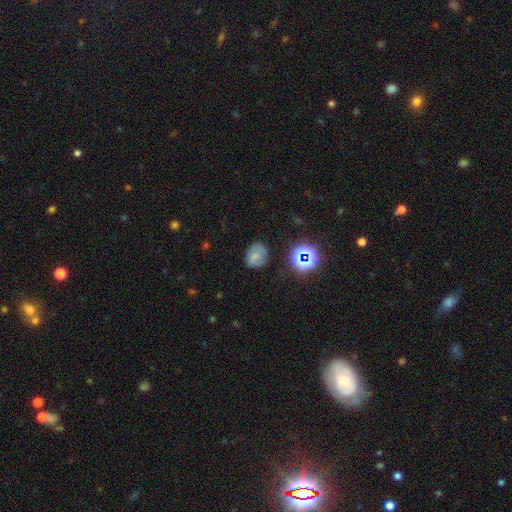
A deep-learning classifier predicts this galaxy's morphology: Q: Smooth or featured?
A: smooth (61%); runner-up: featured or disk (21%)
Q: How rounded?
A: round (58%); runner-up: in between (41%)
Q: Merging?
A: none (70%); runner-up: minor disturbance (21%)